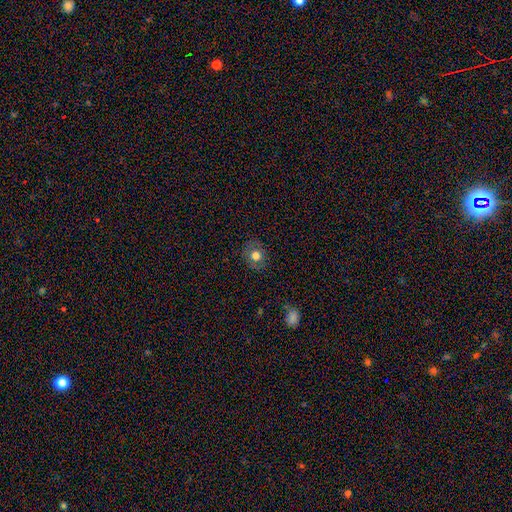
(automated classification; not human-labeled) Q: Smooth or featured?
A: smooth (71%); runner-up: featured or disk (18%)
Q: How rounded?
A: round (66%); runner-up: in between (33%)
Q: Merging?
A: none (83%); runner-up: minor disturbance (12%)